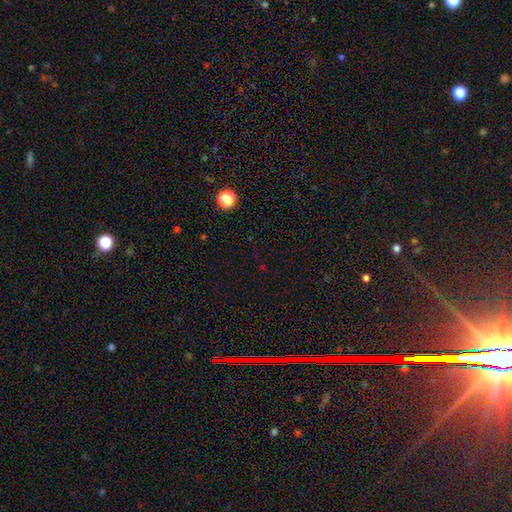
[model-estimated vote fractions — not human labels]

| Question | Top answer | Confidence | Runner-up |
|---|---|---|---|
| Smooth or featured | star or artifact | 65% | smooth (28%) |